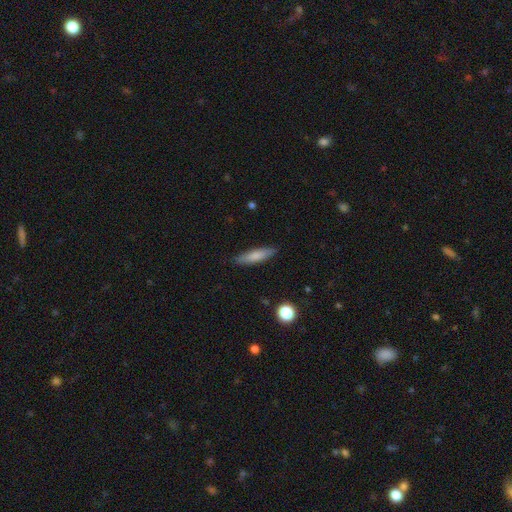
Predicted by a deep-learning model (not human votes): Smooth or featured? smooth (76%)
How rounded? cigar-shaped (74%)
Merging? none (87%)